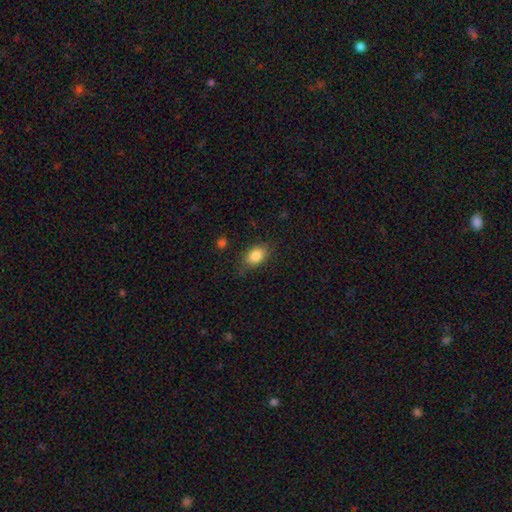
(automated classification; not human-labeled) This appears to be a smooth galaxy with no disk features (83%) that is in between round and cigar-shaped (79%). Merging: none (75%).